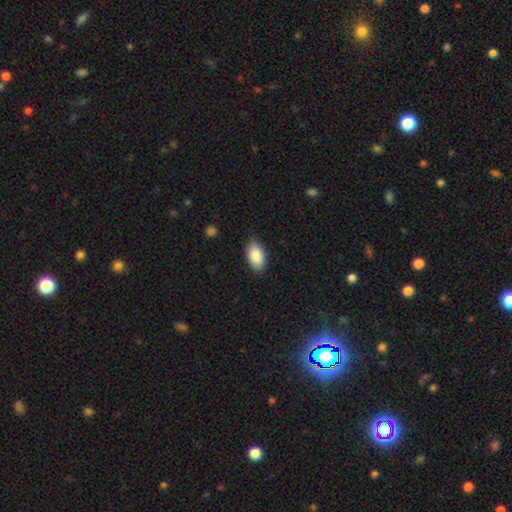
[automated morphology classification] Smooth or featured? Predicted: smooth (p=0.89). How rounded? Predicted: in between (p=0.95). Merging? Predicted: none (p=0.86).